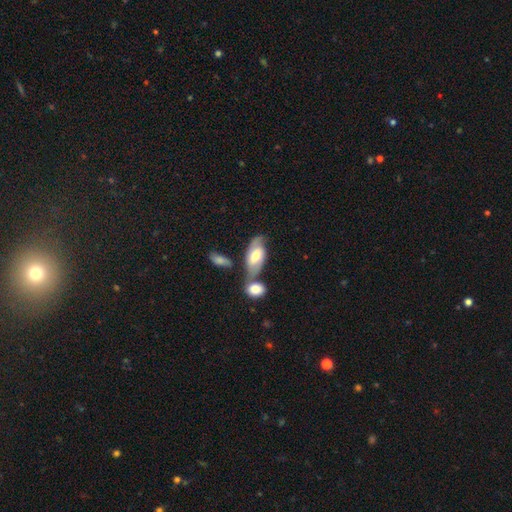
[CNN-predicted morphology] Q: Smooth or featured?
A: featured or disk (50%); runner-up: smooth (44%)
Q: Merging?
A: none (46%); runner-up: merger (30%)